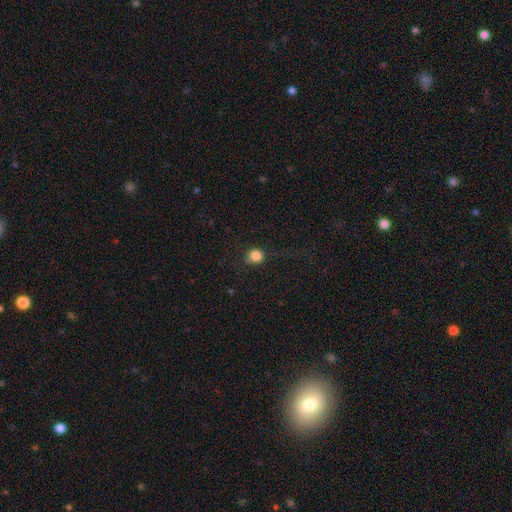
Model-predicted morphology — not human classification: This is clearly a smooth galaxy (83%). How rounded: clearly round (85%). Merging: likely none (79%).